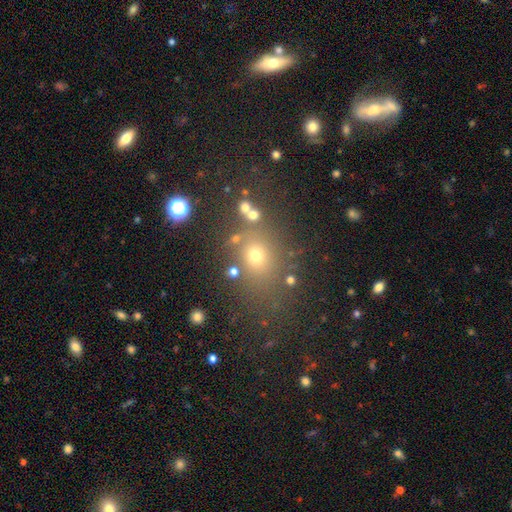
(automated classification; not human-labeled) Overall: smooth (58%; star or artifact 30%). How rounded: round (57%; in between 41%). Merging: none (74%).